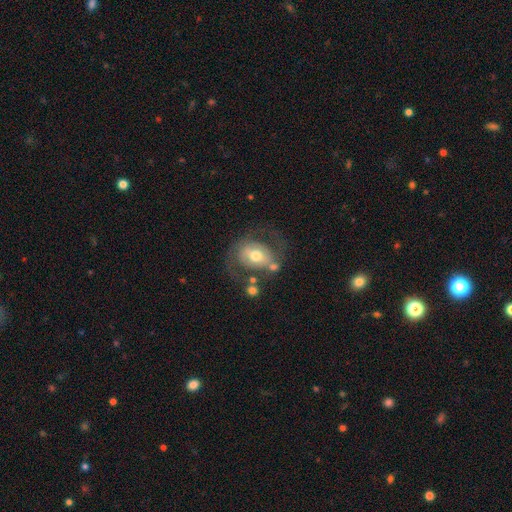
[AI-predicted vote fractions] Smooth or featured: featured or disk — 58% (smooth — 35%)
Edge-on disk: no — 96% (yes — 4%)
Bar: no — 47% (weak — 35%)
Spiral arms: yes — 60% (no — 40%)
Bulge size: moderate — 72% (small — 14%)
Merging: none — 52% (minor disturbance — 20%)